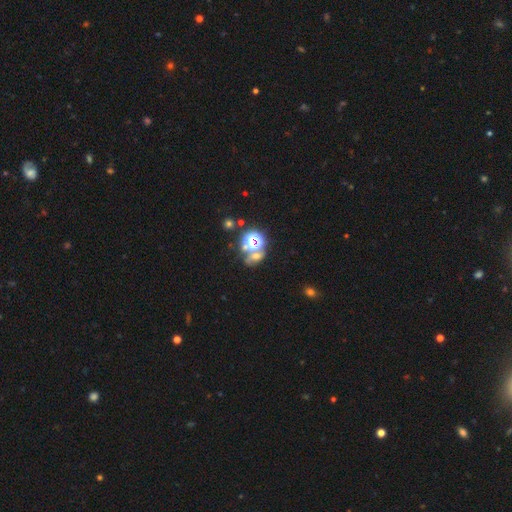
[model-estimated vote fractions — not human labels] The model was most divided on "smooth or featured": star or artifact: 50%, smooth: 33%, featured or disk: 17%.